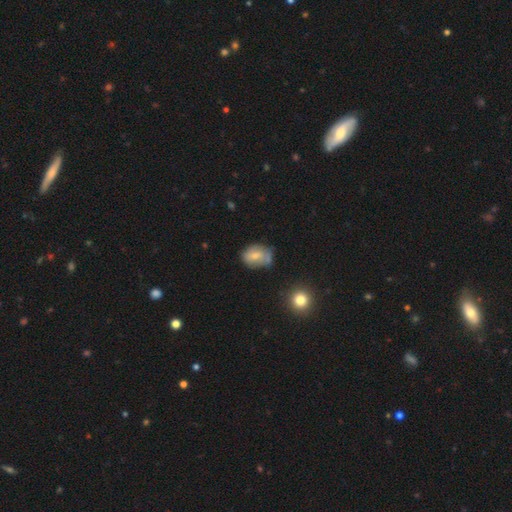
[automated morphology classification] The model was most divided on "merging": none: 47%, minor disturbance: 33%, major disturbance: 11%, merger: 8%. More confident: how rounded — in between (71%); smooth or featured — smooth (60%).